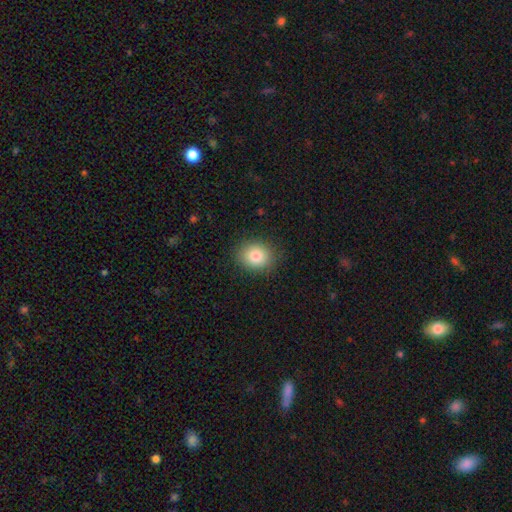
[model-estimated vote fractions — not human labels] A smooth galaxy with no disk features (83%) that is round (65%). Merging: none (88%).